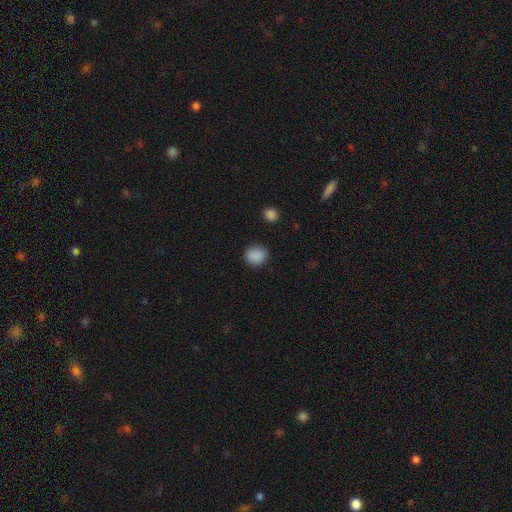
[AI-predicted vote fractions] A smooth galaxy with no disk features (88%) that is round (83%). Merging: none (88%).